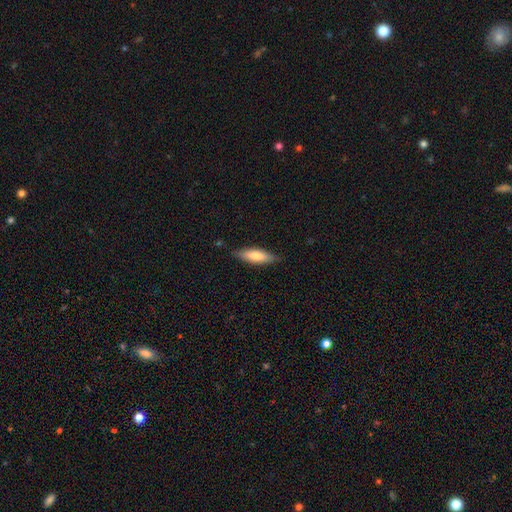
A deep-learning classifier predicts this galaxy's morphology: Smooth or featured?
  - smooth: 69% *
  - featured or disk: 25%
  - star or artifact: 6%
How rounded?
  - cigar-shaped: 56% *
  - in between: 43%
  - round: 2%
Merging?
  - none: 83% *
  - minor disturbance: 13%
  - major disturbance: 2%
  - merger: 1%